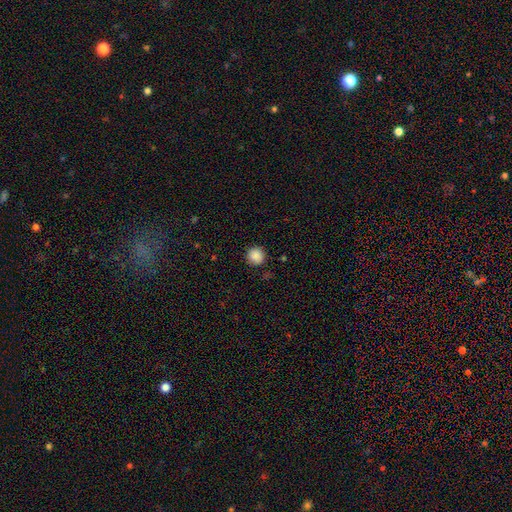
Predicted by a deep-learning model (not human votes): Morphology: type=smooth (88%); roundness=round (94%); merging=none (90%).